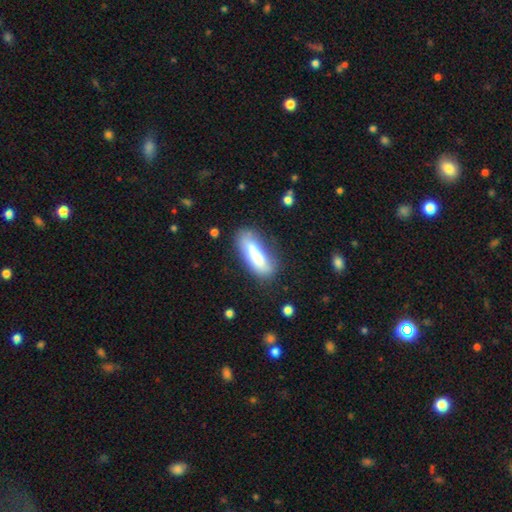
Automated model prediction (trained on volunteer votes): Smooth or featured?
  - smooth: 71% *
  - featured or disk: 22%
  - star or artifact: 8%
How rounded?
  - cigar-shaped: 50% *
  - in between: 48%
  - round: 2%
Merging?
  - none: 63% *
  - minor disturbance: 23%
  - major disturbance: 10%
  - merger: 5%